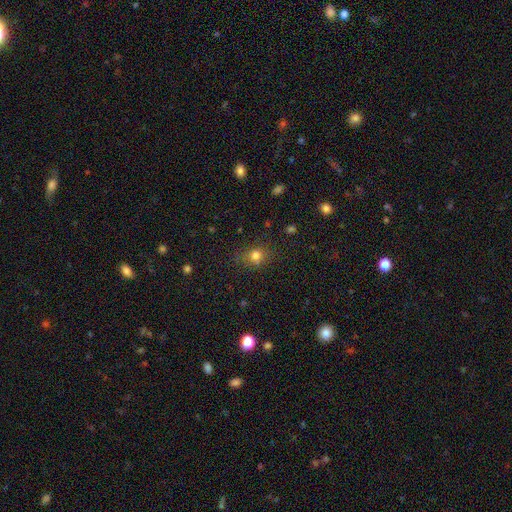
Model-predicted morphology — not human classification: Smooth or featured? Predicted: smooth (p=0.76). How rounded? Predicted: round (p=0.63). Merging? Predicted: none (p=0.78).